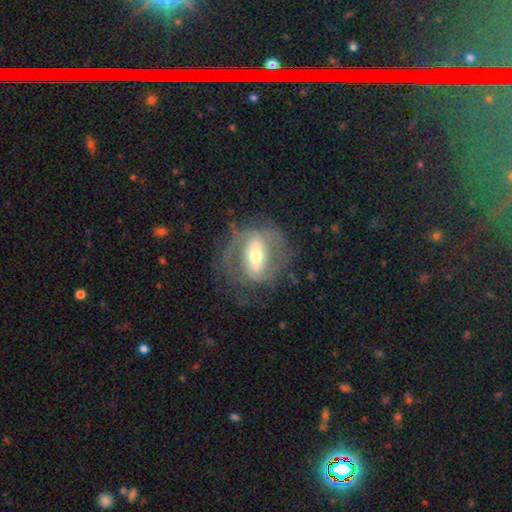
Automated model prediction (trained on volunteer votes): Smooth or featured? featured or disk (77%)
Edge-on disk? no (92%)
Bar? strong (60%)
Spiral arms? yes (69%)
Bulge size? moderate (60%)
Merging? none (64%)